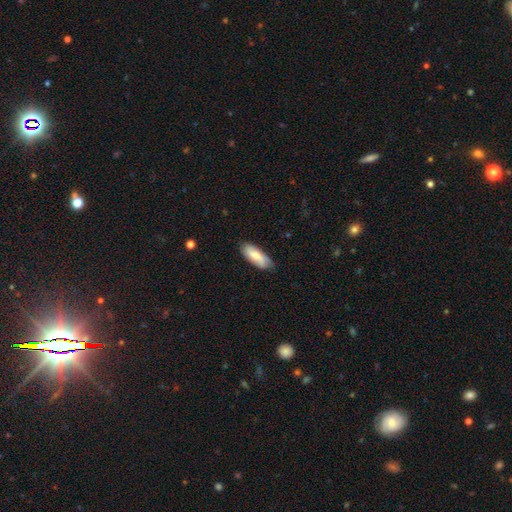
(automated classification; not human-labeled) A smooth galaxy with no disk features (68%) that is in between round and cigar-shaped (75%). Merging: none (74%).